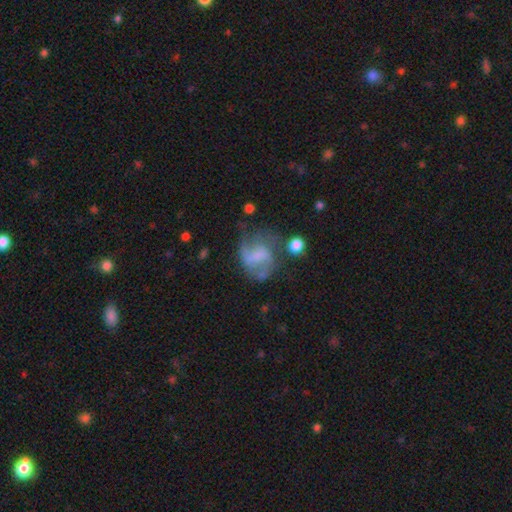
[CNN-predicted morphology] A featured or disk galaxy (60%) with a weak bar (44%), spiral arms (72%) and no central bulge (46%).

Vote fractions:
- Smooth or featured? featured or disk: 60% / smooth: 29% / star or artifact: 11%
- Edge-on disk? no: 97% / yes: 3%
- Bar? weak: 44% / no: 38% / strong: 18%
- Spiral arms? yes: 72% / no: 28%
- Bulge size? none: 46% / small: 28% / moderate: 19% / large: 6% / dominant: 2%
- Merging? none: 43% / major disturbance: 26% / minor disturbance: 22% / merger: 9%